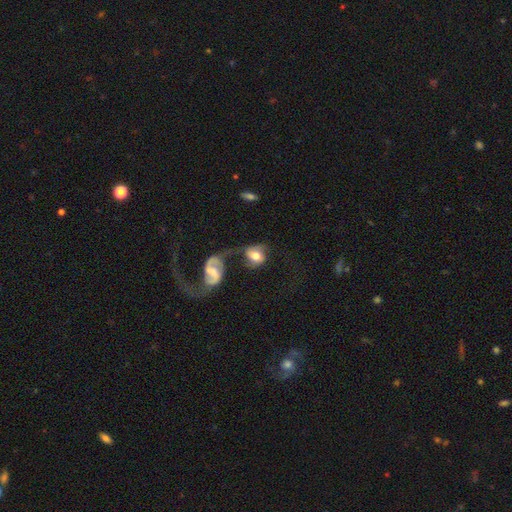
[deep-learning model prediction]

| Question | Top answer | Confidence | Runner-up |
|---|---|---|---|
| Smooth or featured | smooth | 48% | featured or disk (44%) |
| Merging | none | 36% | merger (29%) |